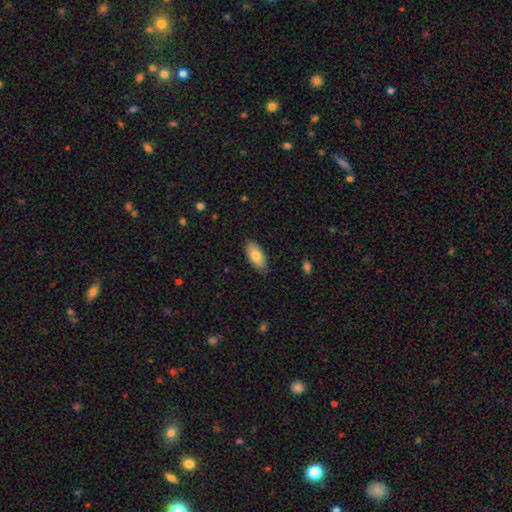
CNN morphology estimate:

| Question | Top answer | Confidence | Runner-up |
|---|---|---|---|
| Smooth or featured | smooth | 79% | featured or disk (14%) |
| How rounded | in between | 90% | cigar-shaped (8%) |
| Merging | none | 84% | minor disturbance (13%) |